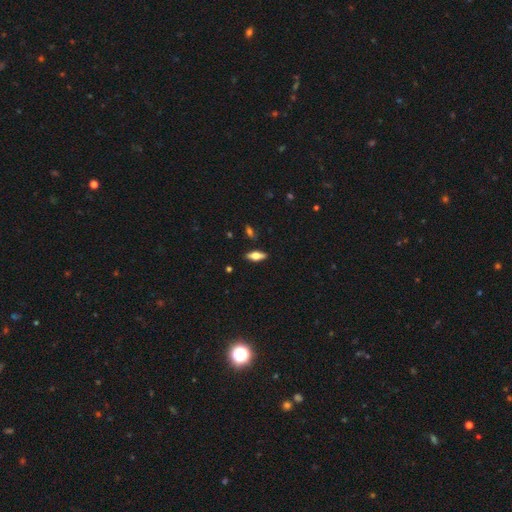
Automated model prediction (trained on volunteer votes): smooth 54%, featured or disk 39%, star or artifact 8%. Down the decision tree: how rounded — in between (73%); merging — none (86%).